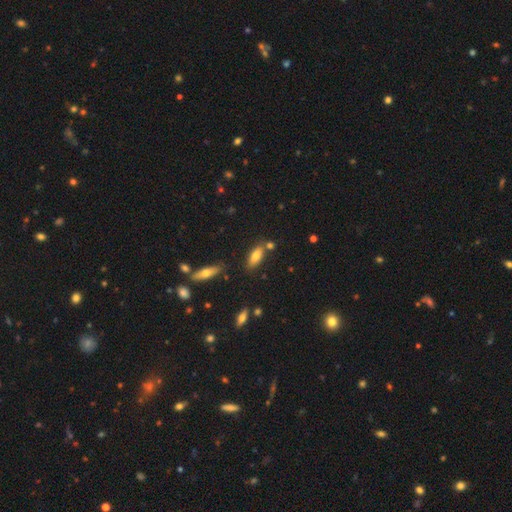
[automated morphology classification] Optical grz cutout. It shows a smooth galaxy with no disk features (76%) that is in between round and cigar-shaped (75%). Merging: none (71%).